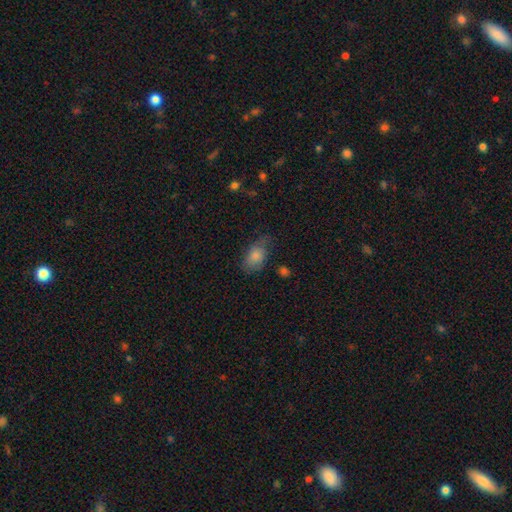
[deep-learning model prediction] Morphology: type=smooth (81%); roundness=in between (86%); merging=none (53%).